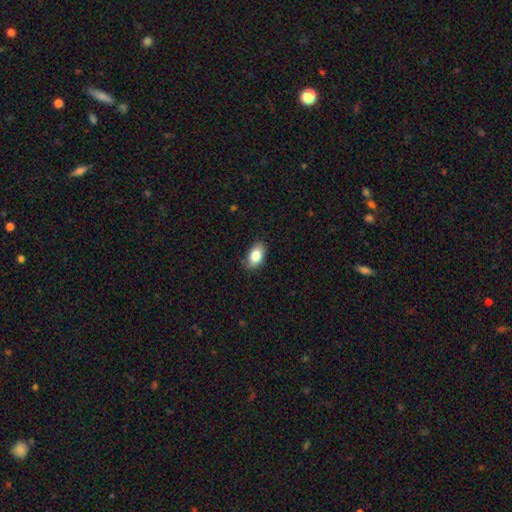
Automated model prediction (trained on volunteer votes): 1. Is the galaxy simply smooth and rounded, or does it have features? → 84% smooth, 9% featured or disk, 7% star or artifact.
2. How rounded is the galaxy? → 90% in between, 8% round, 2% cigar-shaped.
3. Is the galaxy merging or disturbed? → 85% none, 12% minor disturbance, 2% major disturbance, 1% merger.